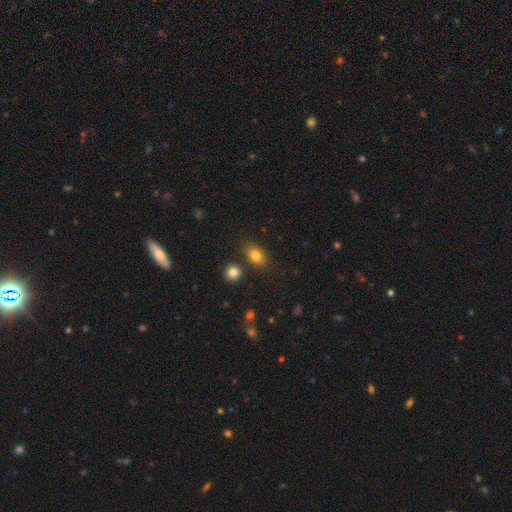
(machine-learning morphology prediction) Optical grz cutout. It shows a smooth galaxy with no disk features (81%) that is in between round and cigar-shaped (73%). Merging: none (78%).